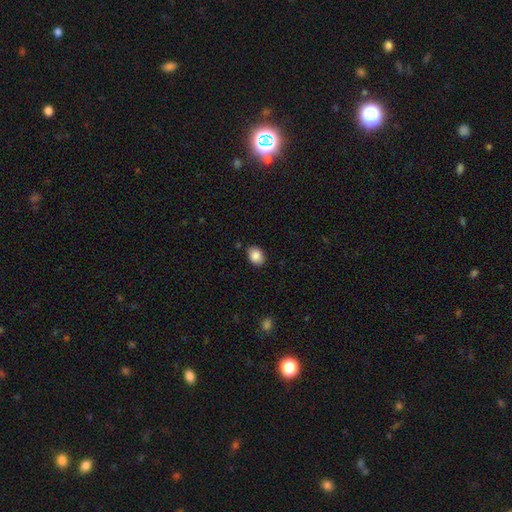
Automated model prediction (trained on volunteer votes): The model was most divided on "how rounded": in between: 71%, round: 28%, cigar-shaped: 1%. More confident: smooth or featured — smooth (87%); merging — none (85%).